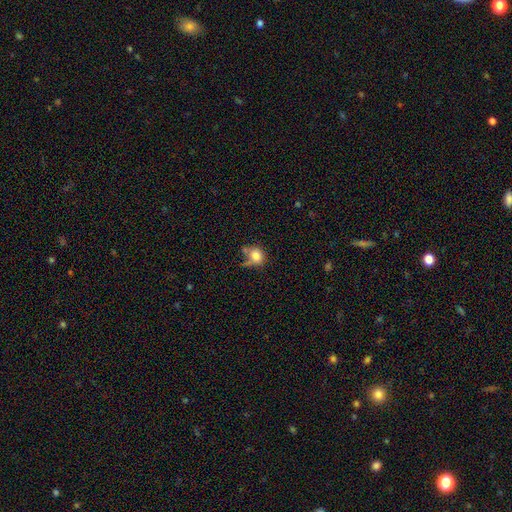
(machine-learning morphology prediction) A smooth galaxy with no disk features (80%) that is round (71%).

Vote fractions:
- Smooth or featured? smooth: 80% / star or artifact: 10% / featured or disk: 10%
- How rounded? round: 71% / in between: 28% / cigar-shaped: 1%
- Merging? none: 48% / minor disturbance: 22% / merger: 19% / major disturbance: 11%